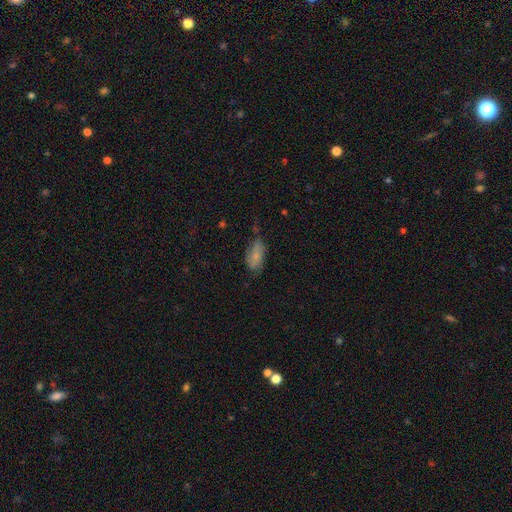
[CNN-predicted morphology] A smooth galaxy with no disk features (73%) that is in between round and cigar-shaped (89%). Merging: none (60%).